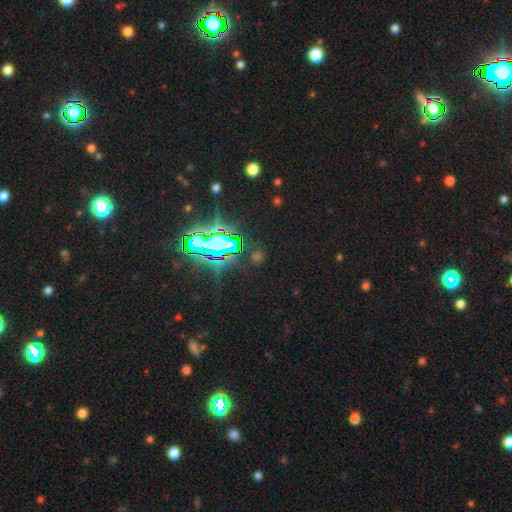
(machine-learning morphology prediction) star or artifact 76%, smooth 16%, featured or disk 8%.